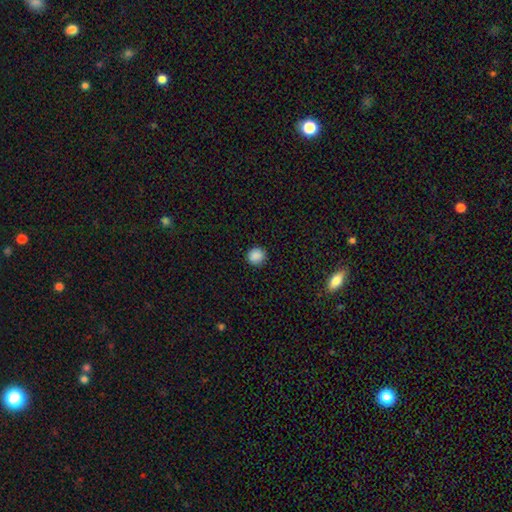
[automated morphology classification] type=smooth (88%); roundness=round (92%); merging=none (91%).